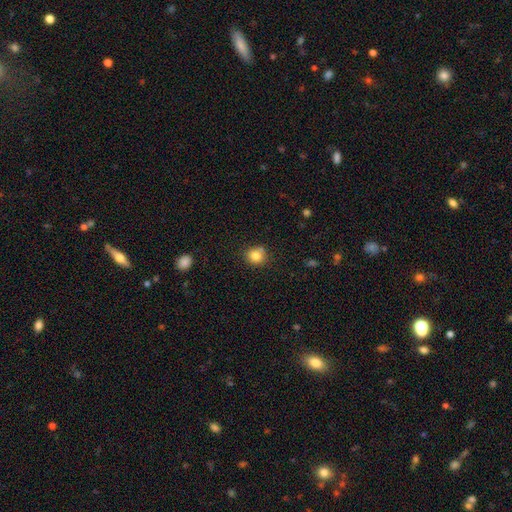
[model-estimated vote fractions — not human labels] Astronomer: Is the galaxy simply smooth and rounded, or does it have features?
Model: smooth — 81%.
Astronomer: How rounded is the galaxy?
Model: round — 85%.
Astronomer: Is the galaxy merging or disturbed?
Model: none — 72%.